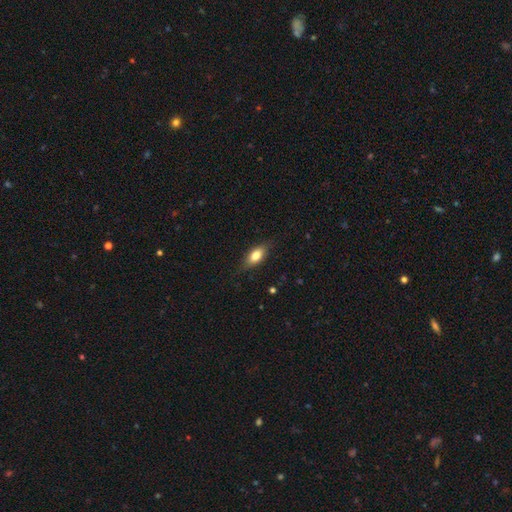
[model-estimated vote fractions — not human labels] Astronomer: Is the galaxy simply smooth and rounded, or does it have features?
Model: smooth — 74%.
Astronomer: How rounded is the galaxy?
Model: in between — 80%.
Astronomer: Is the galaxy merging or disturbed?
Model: none — 80%.